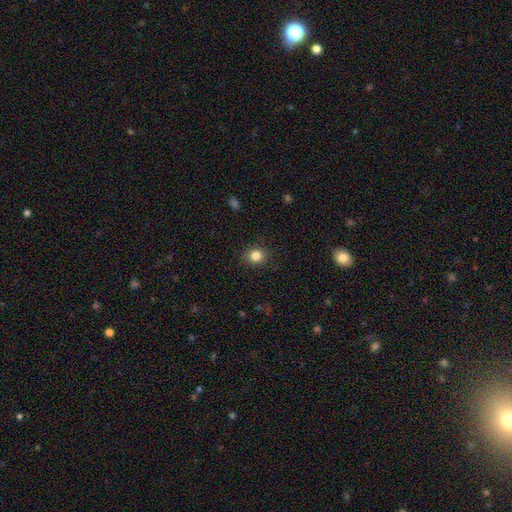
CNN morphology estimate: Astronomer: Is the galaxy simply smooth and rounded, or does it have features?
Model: smooth — 83%.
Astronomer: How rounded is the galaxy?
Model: round — 73%.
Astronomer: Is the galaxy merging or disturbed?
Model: none — 89%.